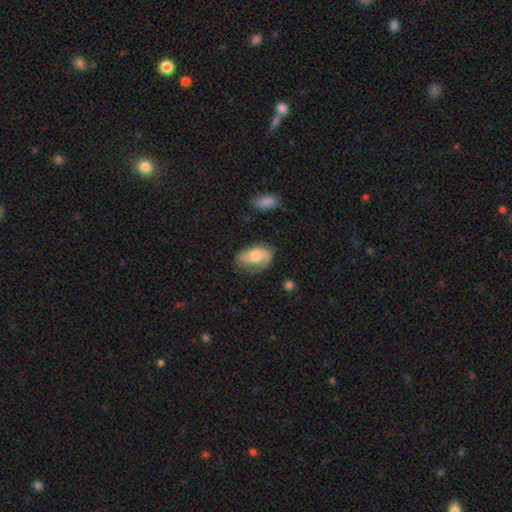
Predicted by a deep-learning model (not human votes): A smooth galaxy with no disk features (50%) that is in between round and cigar-shaped (87%). Merging: none (55%).